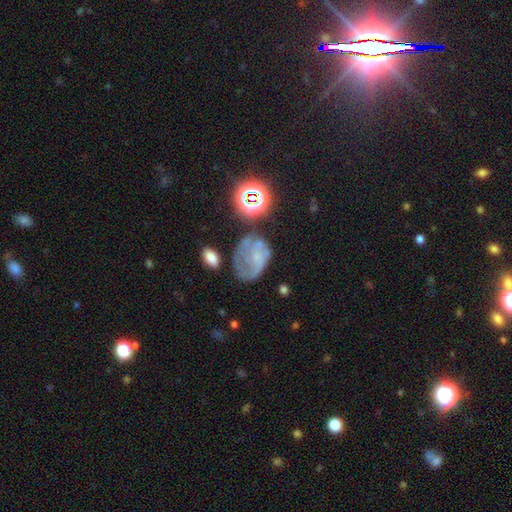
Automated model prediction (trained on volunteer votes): smooth_or_featured: featured or disk (p=0.47) [alt: smooth p=0.32]
merging: none (p=0.38) [alt: major disturbance p=0.27]